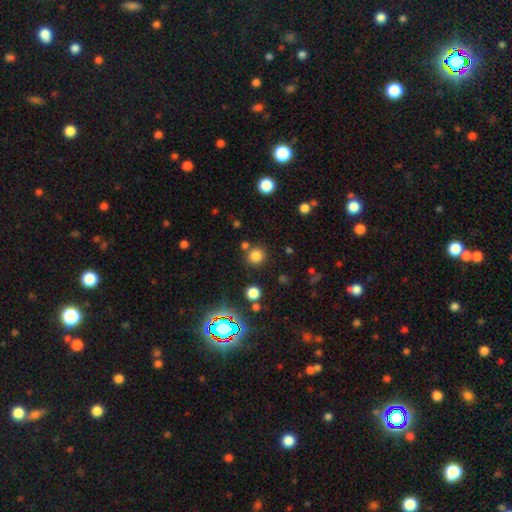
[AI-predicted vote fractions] Q: Smooth or featured?
A: smooth (76%); runner-up: star or artifact (19%)
Q: How rounded?
A: round (93%); runner-up: in between (6%)
Q: Merging?
A: none (79%); runner-up: merger (10%)